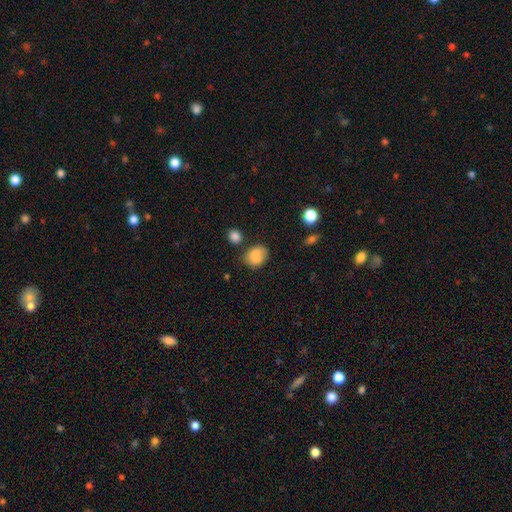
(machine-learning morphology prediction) Q: Smooth or featured?
A: smooth (76%); runner-up: featured or disk (15%)
Q: How rounded?
A: in between (54%); runner-up: round (45%)
Q: Merging?
A: none (47%); runner-up: merger (29%)